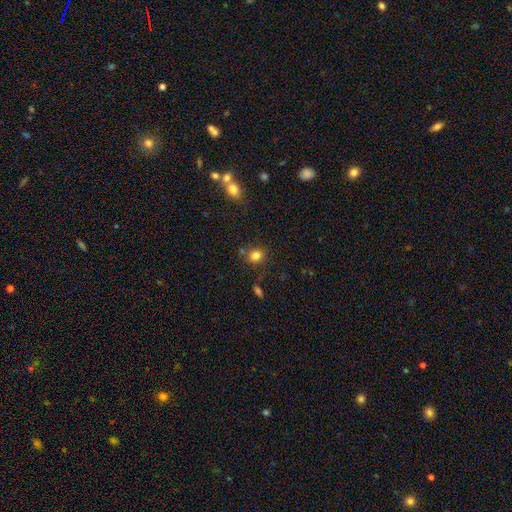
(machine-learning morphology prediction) The model was most divided on "how rounded": round: 65%, in between: 34%, cigar-shaped: 1%. More confident: smooth or featured — smooth (81%); merging — none (76%).